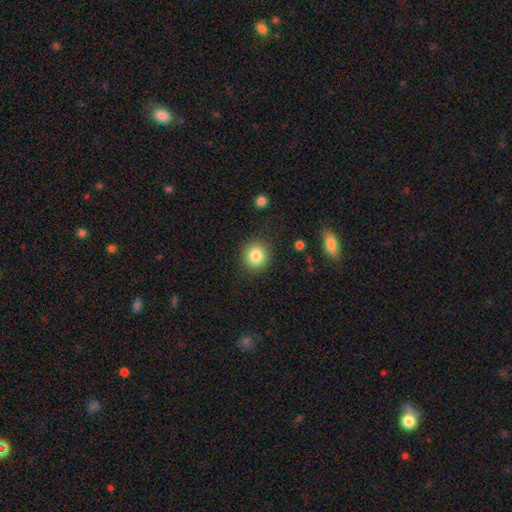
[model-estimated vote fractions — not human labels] Overall: smooth (84%). How rounded: round (85%). Merging: none (88%).